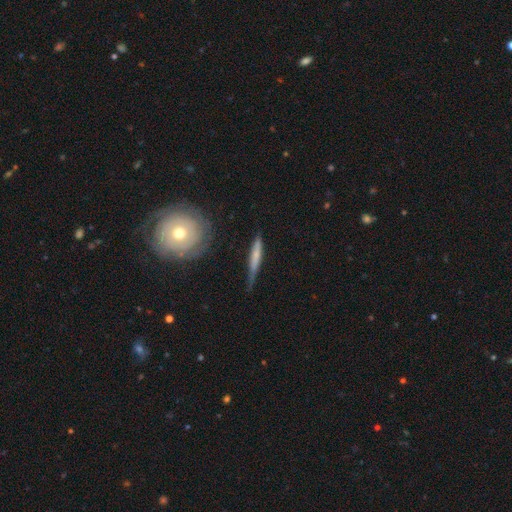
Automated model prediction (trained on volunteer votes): smooth-or-featured: smooth: 50% | featured or disk: 44% | star or artifact: 6%
  how-rounded: cigar-shaped: 90% | in between: 7% | round: 3%
  merging: none: 61% | minor disturbance: 27% | major disturbance: 8% | merger: 3%